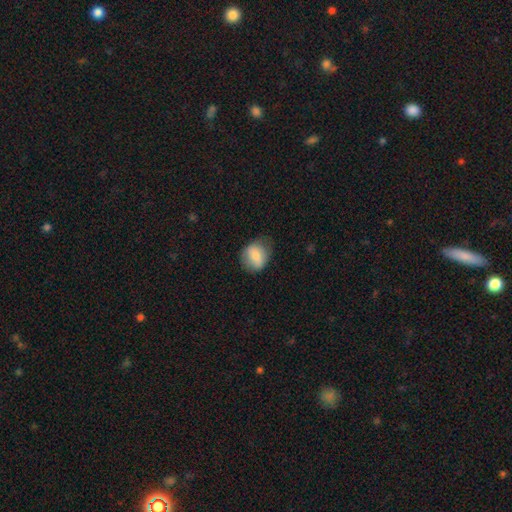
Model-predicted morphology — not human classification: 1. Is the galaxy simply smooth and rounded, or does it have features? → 75% smooth, 17% featured or disk, 8% star or artifact.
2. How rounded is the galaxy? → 59% round, 39% in between, 1% cigar-shaped.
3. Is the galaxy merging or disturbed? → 67% none, 25% minor disturbance, 7% major disturbance, 1% merger.